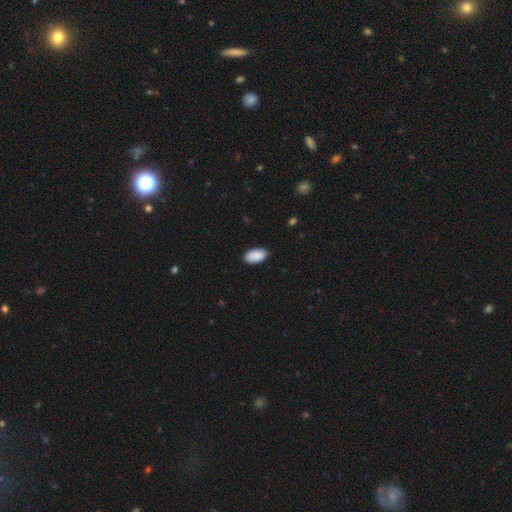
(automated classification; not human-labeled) smooth-or-featured: smooth: 89% | star or artifact: 6% | featured or disk: 5%
  how-rounded: in between: 96% | round: 3% | cigar-shaped: 2%
  merging: none: 88% | minor disturbance: 9% | major disturbance: 2% | merger: 1%